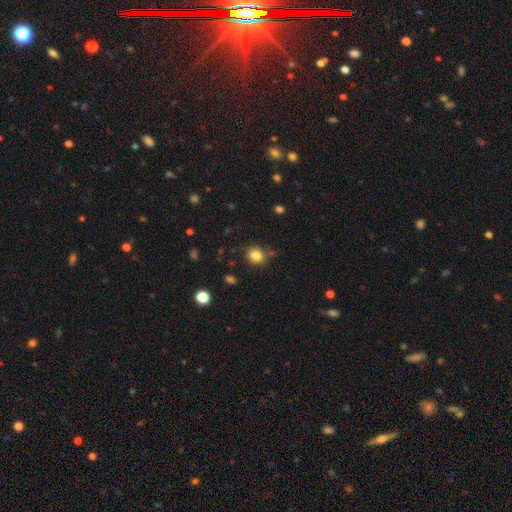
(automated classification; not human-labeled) Morphology: type=smooth (84%); roundness=round (71%); merging=none (79%).